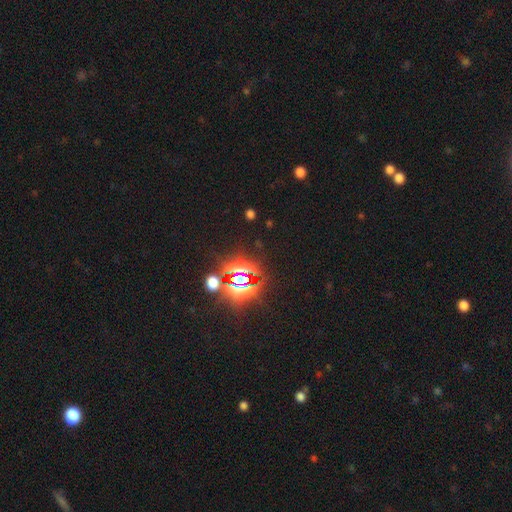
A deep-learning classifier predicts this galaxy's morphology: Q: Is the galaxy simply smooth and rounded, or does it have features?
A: star or artifact — 85%.